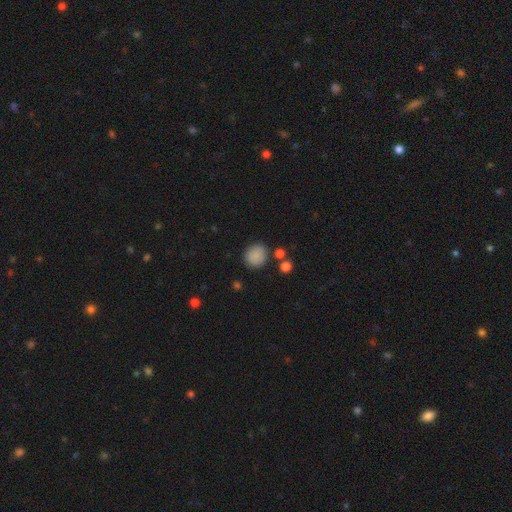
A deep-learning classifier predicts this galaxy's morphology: smooth 86%, star or artifact 10%, featured or disk 4%. Down the decision tree: how rounded — round (85%); merging — none (83%).